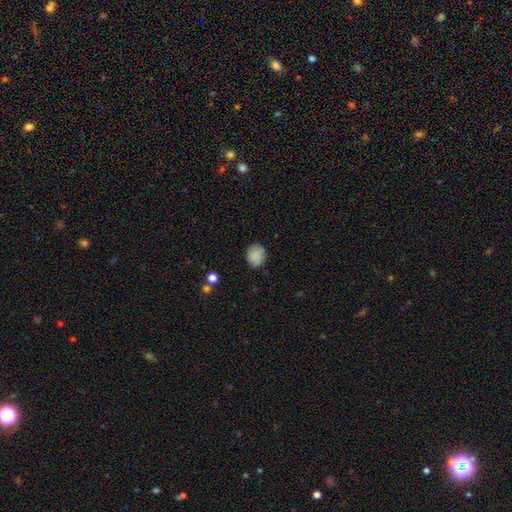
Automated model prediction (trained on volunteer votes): Smooth or featured? smooth (85%)
How rounded? round (67%)
Merging? none (81%)